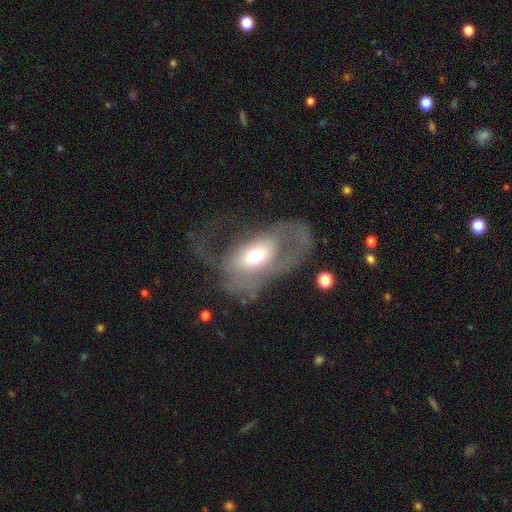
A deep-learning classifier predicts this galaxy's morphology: smooth_or_featured: featured or disk (p=0.52) [alt: smooth p=0.40]
disk_edge_on: no (p=0.89) [alt: yes p=0.11]
merging: major disturbance (p=0.59) [alt: none p=0.23]